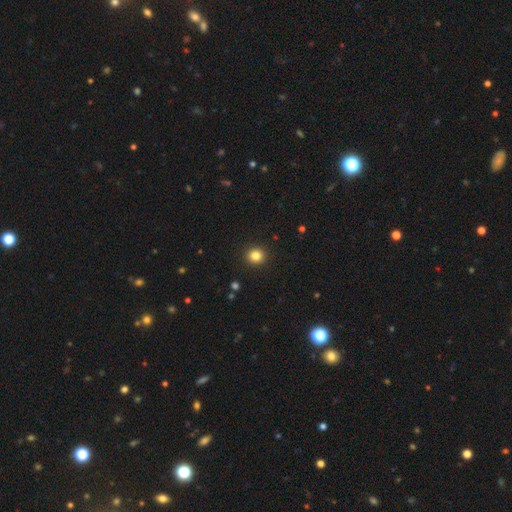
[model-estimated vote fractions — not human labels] smooth_or_featured: smooth (p=0.83) [alt: star or artifact p=0.12]
how_rounded: round (p=0.89) [alt: in between p=0.10]
merging: none (p=0.92) [alt: minor disturbance p=0.05]